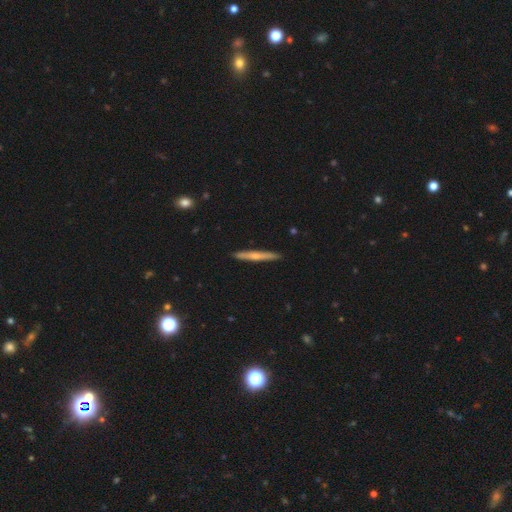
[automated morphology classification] Q: Smooth or featured?
A: featured or disk (49%); runner-up: smooth (45%)
Q: Merging?
A: none (92%); runner-up: minor disturbance (6%)